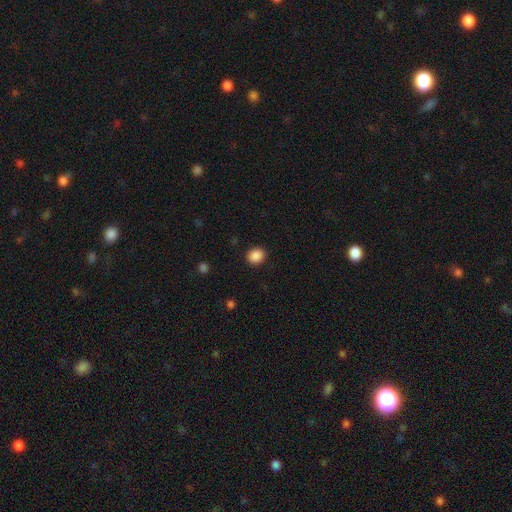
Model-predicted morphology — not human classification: Smooth or featured: smooth — 88% (star or artifact — 9%)
How rounded: round — 78% (in between — 21%)
Merging: none — 91% (minor disturbance — 6%)